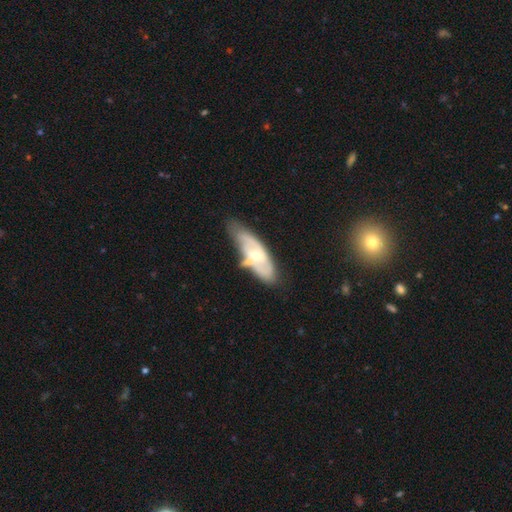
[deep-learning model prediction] A featured or disk galaxy (63%) with no bar (47%), spiral arms (68%) and a small central bulge (48%). Merging: none (42%).